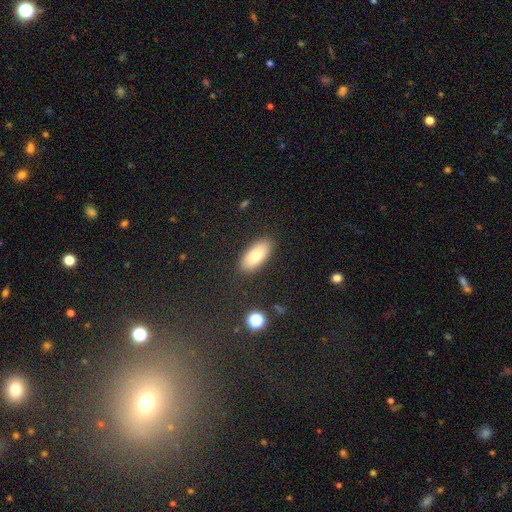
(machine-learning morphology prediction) smooth_or_featured: smooth (p=0.81) [alt: featured or disk p=0.12]
how_rounded: in between (p=0.87) [alt: cigar-shaped p=0.11]
merging: none (p=0.87) [alt: minor disturbance p=0.09]